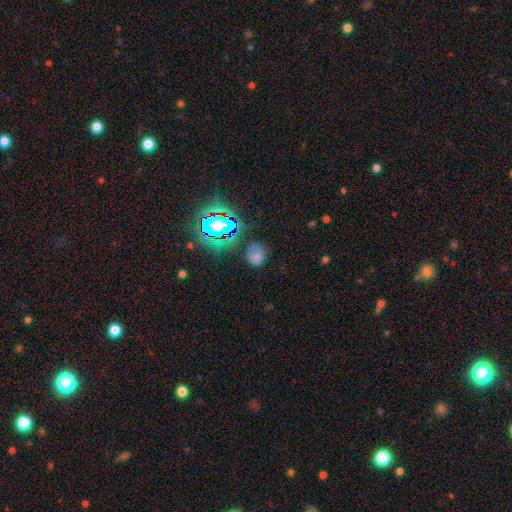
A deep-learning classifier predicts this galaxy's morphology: smooth 65%, star or artifact 24%, featured or disk 11%. Down the decision tree: how rounded — round (66%); merging — none (66%).